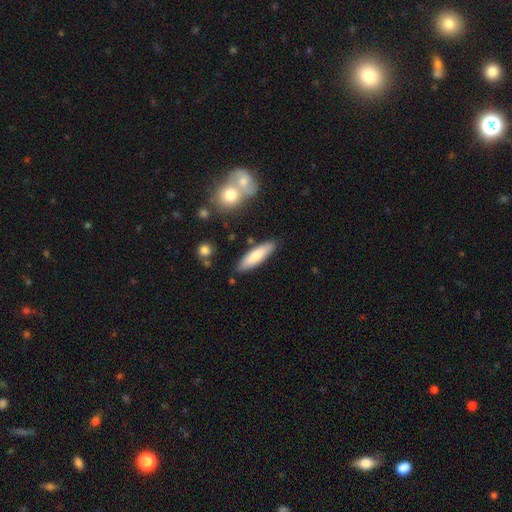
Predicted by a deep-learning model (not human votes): This is likely a smooth galaxy (77%). How rounded: likely cigar-shaped (60%). Merging: clearly none (84%).